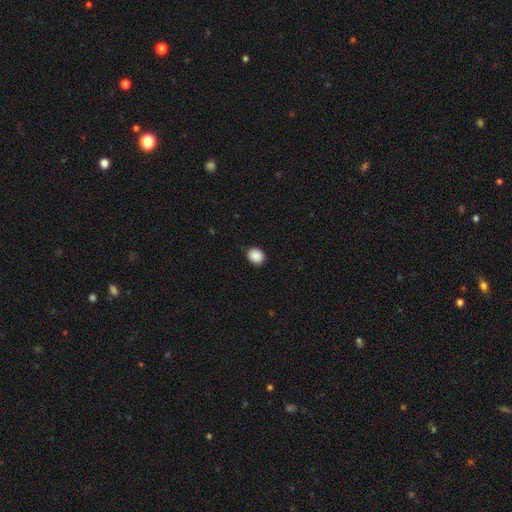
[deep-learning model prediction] smooth 90%, star or artifact 8%, featured or disk 2%. Down the decision tree: how rounded — round (55%); merging — none (88%).